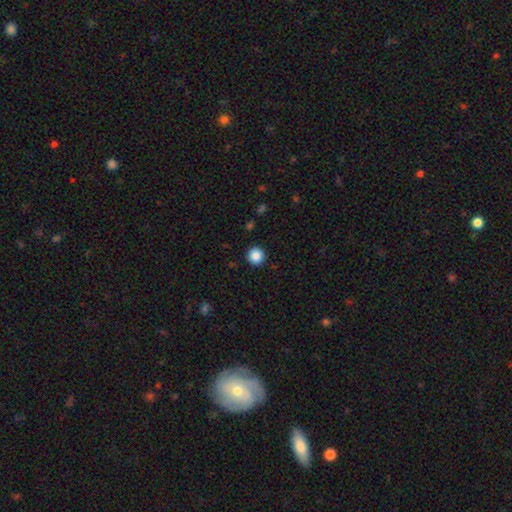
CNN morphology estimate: This appears to be a smooth galaxy with no disk features (88%) that is round (96%). Merging: none (93%).